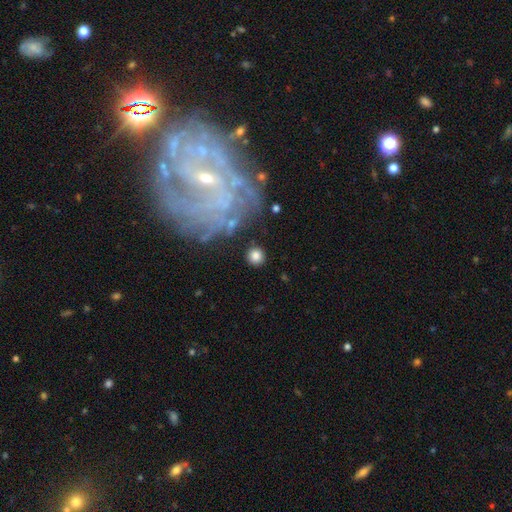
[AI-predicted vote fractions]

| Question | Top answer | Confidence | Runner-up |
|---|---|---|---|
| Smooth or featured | smooth | 79% | featured or disk (12%) |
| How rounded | round | 92% | in between (7%) |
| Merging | none | 86% | minor disturbance (7%) |